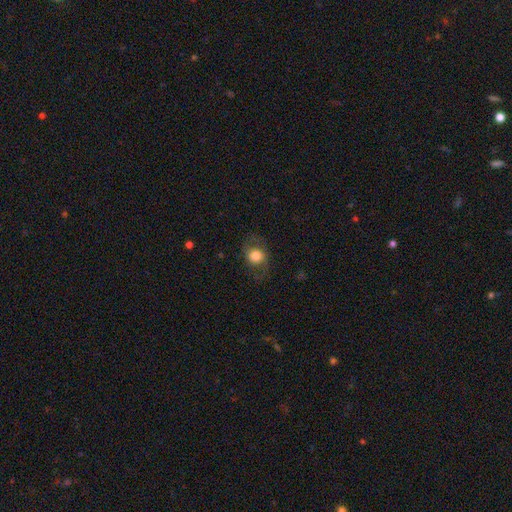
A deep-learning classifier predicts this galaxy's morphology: Smooth or featured? Predicted: smooth (p=0.62). How rounded? Predicted: round (p=0.62). Merging? Predicted: none (p=0.68).